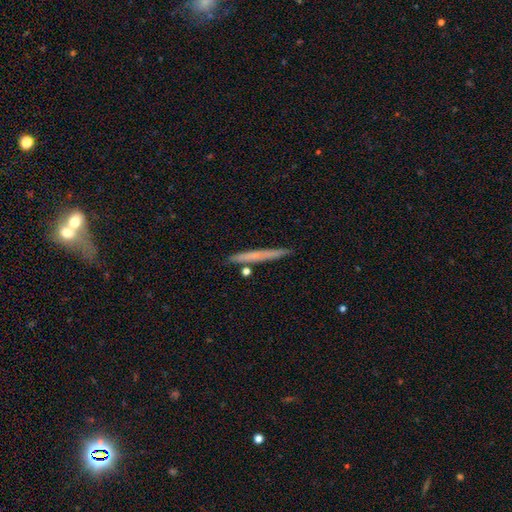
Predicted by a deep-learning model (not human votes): Smooth or featured: smooth — 54% (featured or disk — 39%)
How rounded: cigar-shaped — 97% (in between — 2%)
Merging: none — 89% (minor disturbance — 7%)